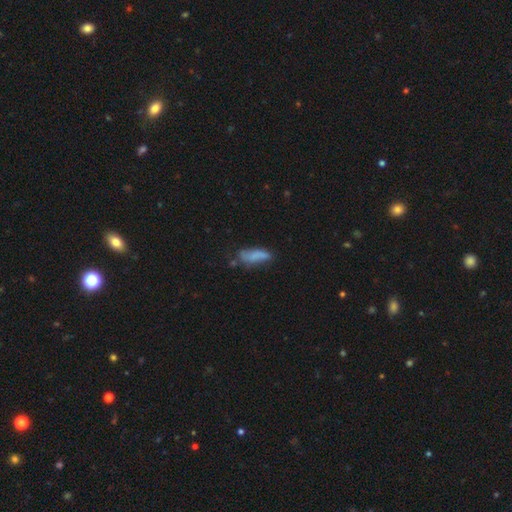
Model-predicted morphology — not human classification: This appears to be a smooth galaxy with no disk features (72%) that is in between round and cigar-shaped (56%). Merging: none (49%).